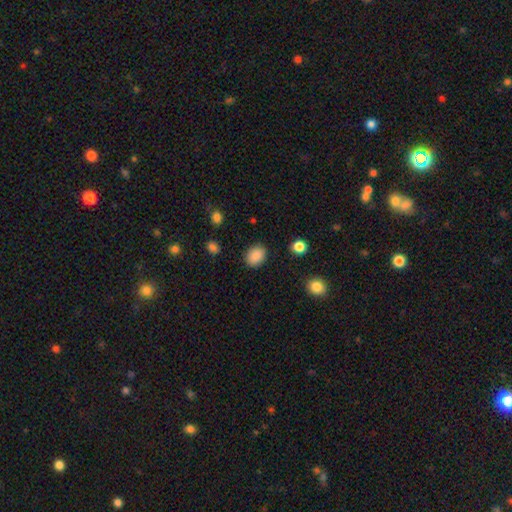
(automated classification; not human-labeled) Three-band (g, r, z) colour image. It shows a smooth galaxy with no disk features (88%) that is in between round and cigar-shaped (61%). Merging: none (87%).